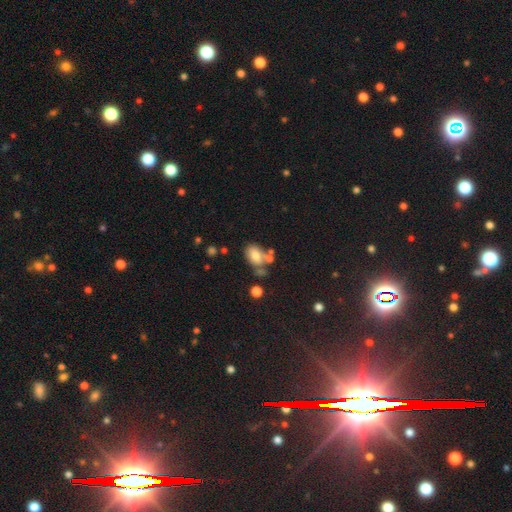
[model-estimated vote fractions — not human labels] The model was most divided on "merging": none: 47%, merger: 26%, minor disturbance: 19%, major disturbance: 8%. More confident: how rounded — in between (80%); smooth or featured — smooth (72%).